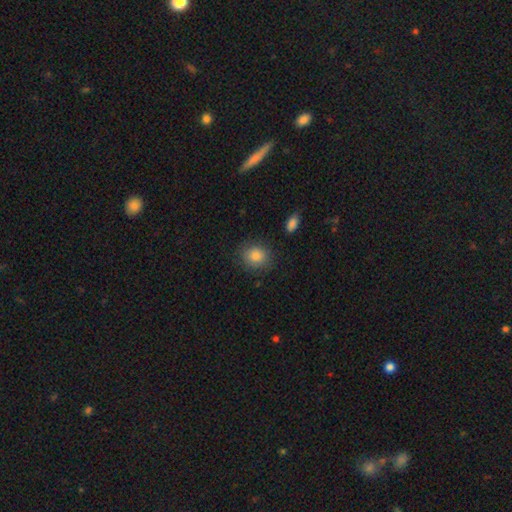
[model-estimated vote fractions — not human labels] A smooth galaxy with no disk features (85%) that is round (77%). Merging: none (83%).